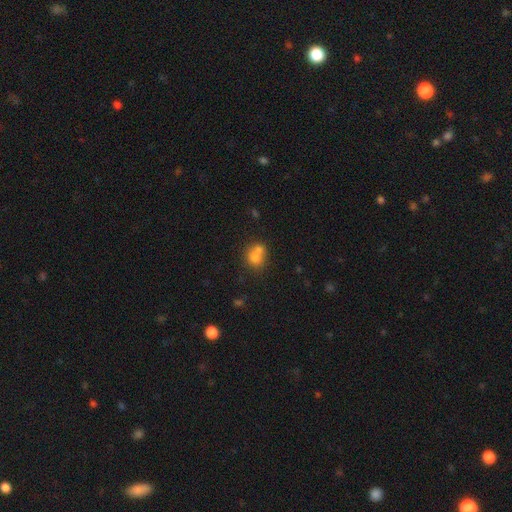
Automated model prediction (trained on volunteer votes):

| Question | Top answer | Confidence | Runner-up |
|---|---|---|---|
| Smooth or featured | smooth | 73% | featured or disk (16%) |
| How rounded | round | 71% | in between (28%) |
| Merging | merger | 55% | none (32%) |